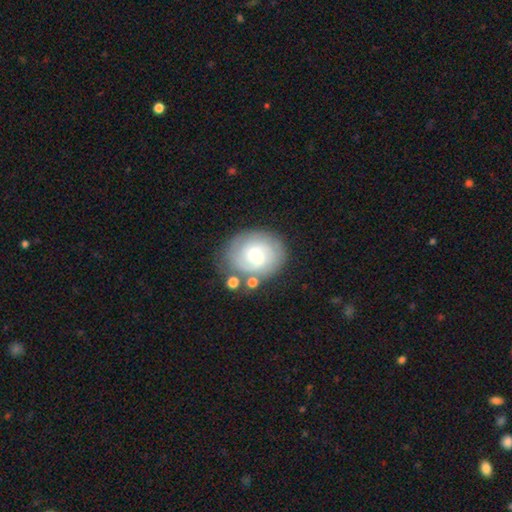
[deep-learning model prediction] smooth-or-featured: featured or disk: 65% | smooth: 28% | star or artifact: 7%
  disk-edge-on: no: 97% | yes: 3%
    bar: weak: 47% | no: 43% | strong: 10%
    has-spiral-arms: yes: 85% | no: 15%
      spiral-winding: tight: 56% | medium: 33% | loose: 12%
      spiral-arm-count: 2: 51% | can't tell: 28% | 3: 11% | 1: 5% | 4: 3% | more than 4: 3%
    bulge-size: moderate: 62% | small: 30% | large: 6% | none: 1% | dominant: 1%
  merging: none: 71% | minor disturbance: 16% | merger: 7% | major disturbance: 7%